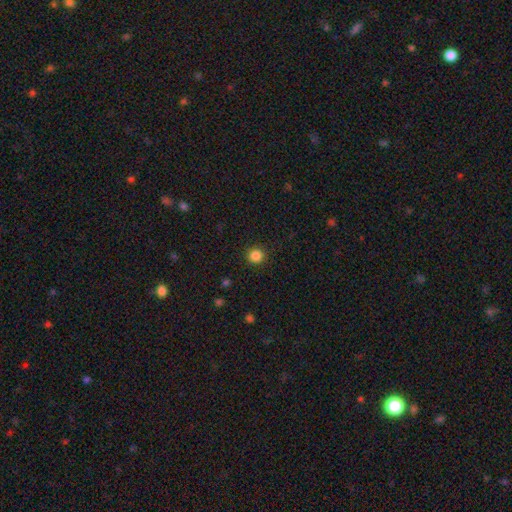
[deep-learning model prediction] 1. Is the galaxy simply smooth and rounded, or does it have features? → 85% smooth, 11% star or artifact, 3% featured or disk.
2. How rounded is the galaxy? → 93% round, 6% in between, 1% cigar-shaped.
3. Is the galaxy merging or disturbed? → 91% none, 5% minor disturbance, 2% major disturbance, 1% merger.